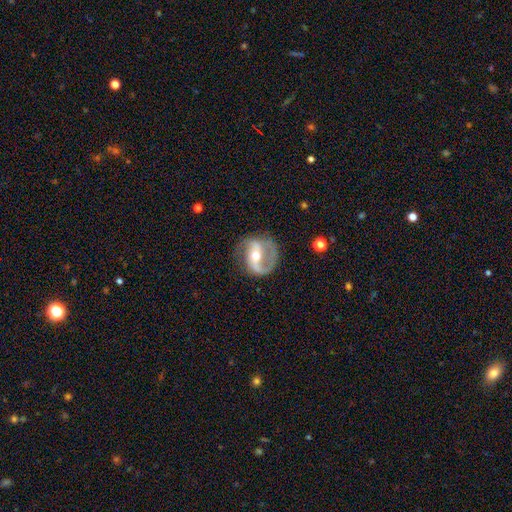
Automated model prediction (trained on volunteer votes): Morphology: type=featured or disk (88%); edge-on=no (97%); bar=strong (38%); spiral arms=yes (95%); winding=medium (46%); arm count=2 (82%); bulge=moderate (61%); merging=none (74%).